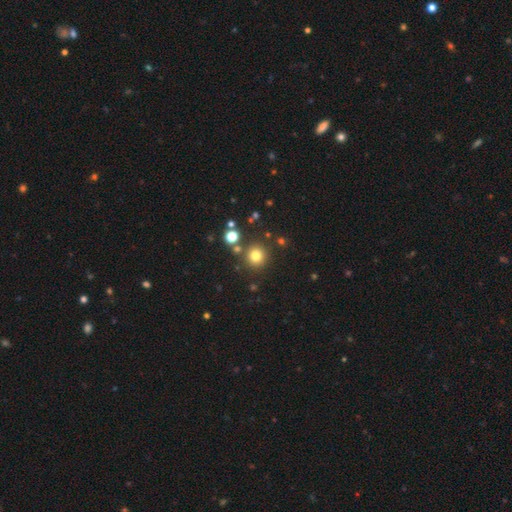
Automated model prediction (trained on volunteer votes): A smooth galaxy with no disk features (77%) that is round (93%). Merging: none (83%).